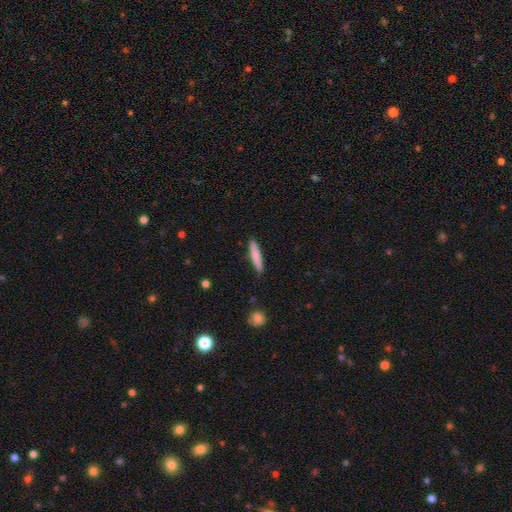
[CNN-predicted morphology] Smooth or featured? smooth (81%)
How rounded? cigar-shaped (89%)
Merging? none (89%)